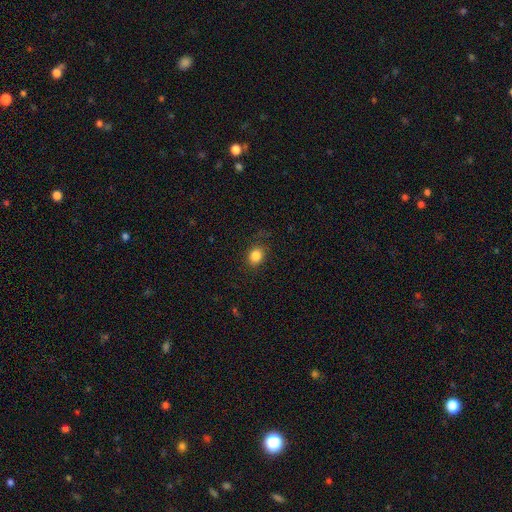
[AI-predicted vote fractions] This appears to be a smooth galaxy with no disk features (85%) that is round (58%). Merging: none (83%).